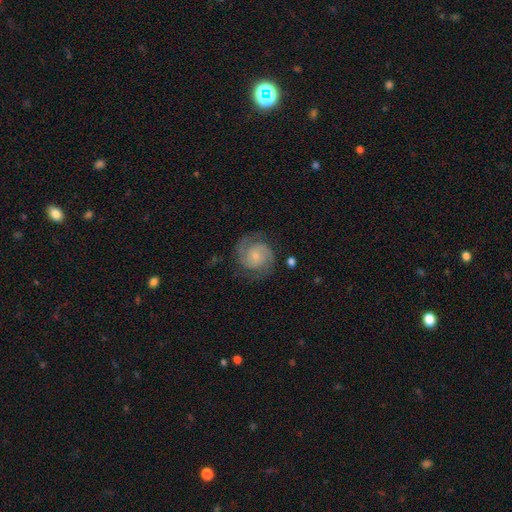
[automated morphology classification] featured or disk 86%, smooth 9%, star or artifact 5%. Down the decision tree: edge-on disk — no (98%); bar — no (64%); spiral arms — yes (98%); spiral arm count — 2 (90%); spiral winding — tight (53%); bulge size — small (60%); merging — none (81%).